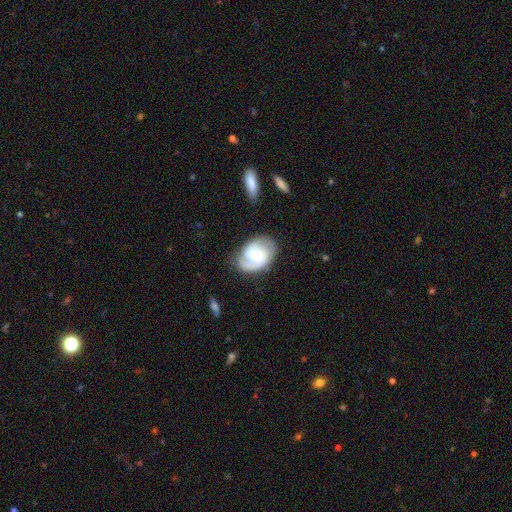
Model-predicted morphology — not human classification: Smooth or featured: featured or disk — 68% (smooth — 26%)
Edge-on disk: no — 98% (yes — 2%)
Bar: no — 53% (weak — 39%)
Spiral arms: yes — 93% (no — 7%)
Spiral winding: medium — 44% (tight — 38%)
Spiral arm count: 2 — 57% (1 — 19%)
Bulge size: small — 42% (moderate — 25%)
Merging: none — 65% (minor disturbance — 22%)